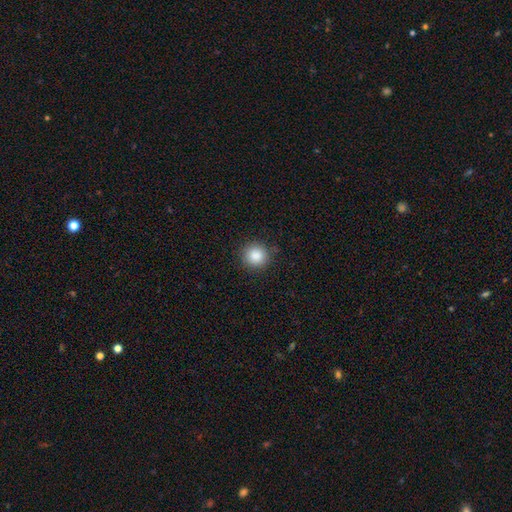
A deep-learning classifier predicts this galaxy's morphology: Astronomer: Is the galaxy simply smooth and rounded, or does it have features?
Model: smooth — 87%.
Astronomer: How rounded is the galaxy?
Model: round — 94%.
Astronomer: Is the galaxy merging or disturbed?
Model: none — 89%.